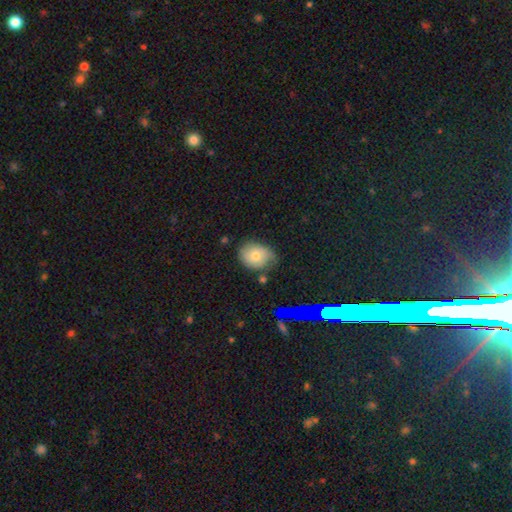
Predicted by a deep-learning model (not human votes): The model was most divided on "how rounded": in between: 55%, round: 44%, cigar-shaped: 1%. More confident: merging — none (62%); smooth or featured — smooth (61%).